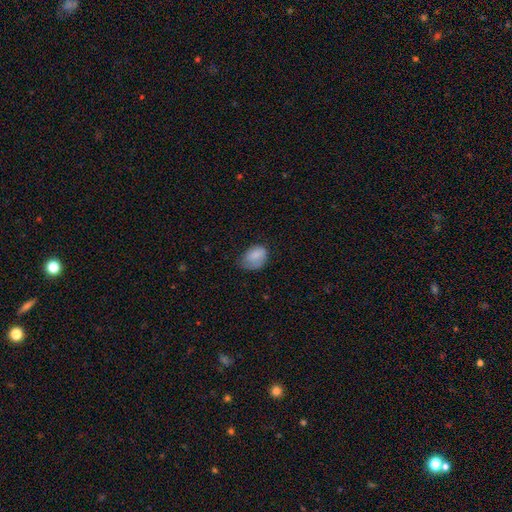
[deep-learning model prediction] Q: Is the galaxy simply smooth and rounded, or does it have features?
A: smooth — 81%.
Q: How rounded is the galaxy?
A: in between — 77%.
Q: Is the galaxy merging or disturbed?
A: none — 44%.